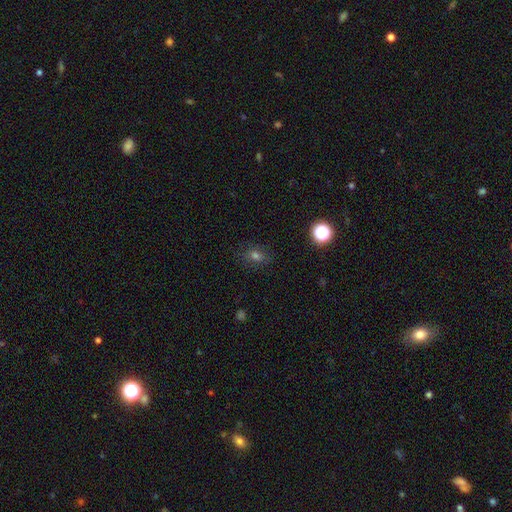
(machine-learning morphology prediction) Smooth or featured?
  - smooth: 63% *
  - star or artifact: 26%
  - featured or disk: 12%
How rounded?
  - in between: 51% *
  - round: 47%
  - cigar-shaped: 2%
Merging?
  - none: 83% *
  - minor disturbance: 12%
  - major disturbance: 4%
  - merger: 1%